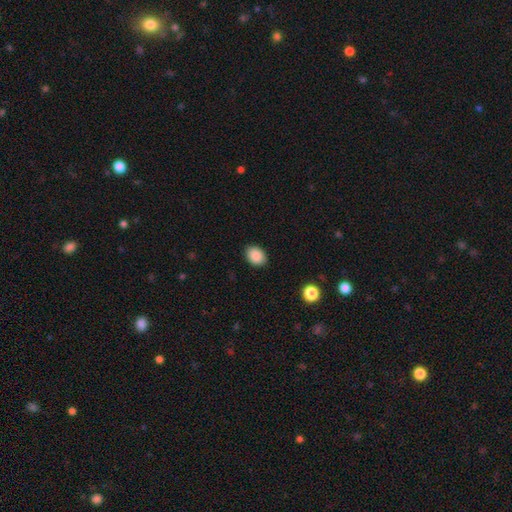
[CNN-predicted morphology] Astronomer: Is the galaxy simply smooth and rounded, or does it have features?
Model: smooth — 88%.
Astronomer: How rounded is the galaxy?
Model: in between — 71%.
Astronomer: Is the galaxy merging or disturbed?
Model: none — 88%.